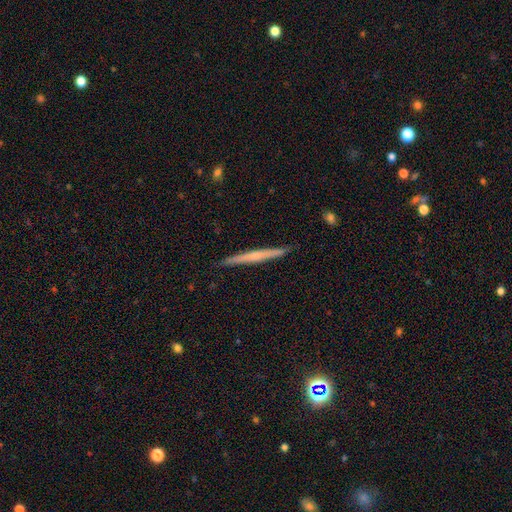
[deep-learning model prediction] Morphology: type=featured or disk (55%); edge-on=yes (98%); edge-on bulge=none (64%); merging=none (91%).